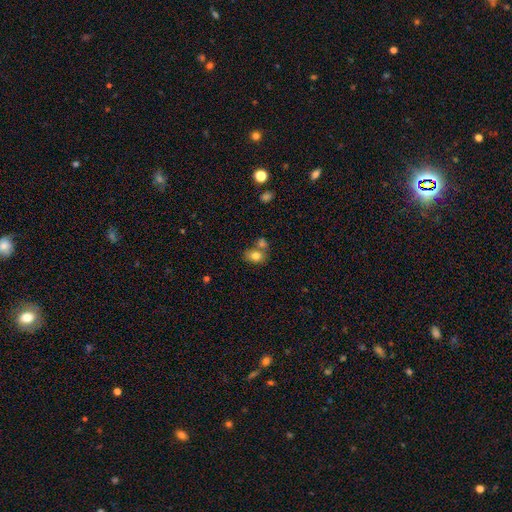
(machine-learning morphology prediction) Overall: smooth (80%). How rounded: in between (59%; round 40%). Merging: none (52%; merger 29%).